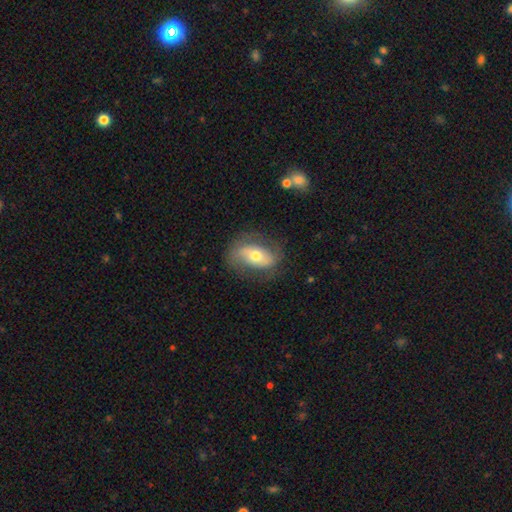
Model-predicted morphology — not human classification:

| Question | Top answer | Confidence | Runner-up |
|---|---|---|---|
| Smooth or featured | featured or disk | 48% | smooth (45%) |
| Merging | none | 72% | minor disturbance (18%) |